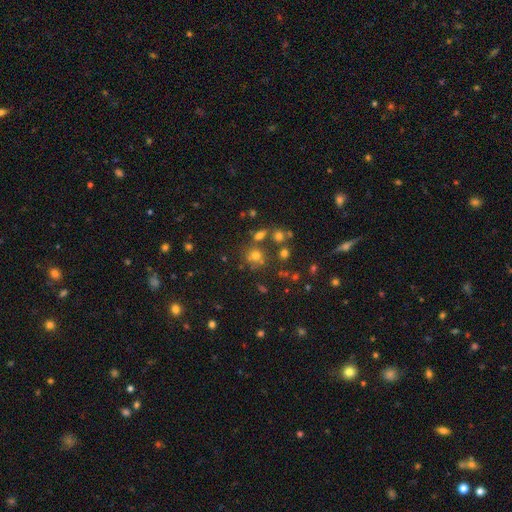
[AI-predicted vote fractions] Overall: smooth (64%; star or artifact 25%). How rounded: round (81%). Merging: none (63%).